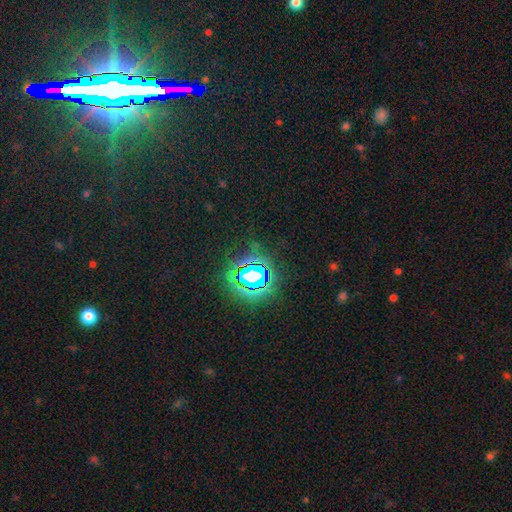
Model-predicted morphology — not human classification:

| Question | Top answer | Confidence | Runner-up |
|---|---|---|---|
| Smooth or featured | star or artifact | 81% | smooth (10%) |